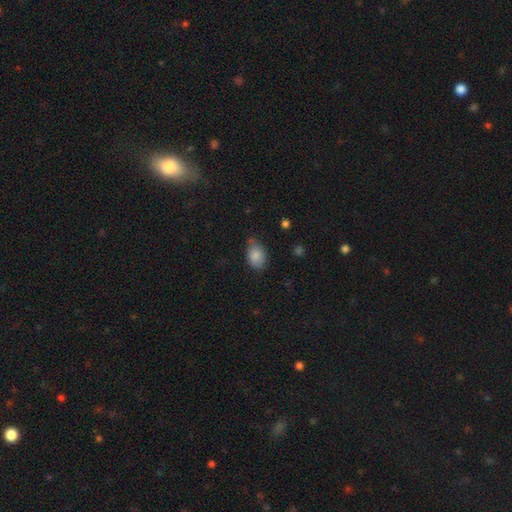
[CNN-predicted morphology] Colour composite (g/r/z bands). It shows a smooth galaxy with no disk features (85%) that is in between round and cigar-shaped (83%). Merging: none (60%).